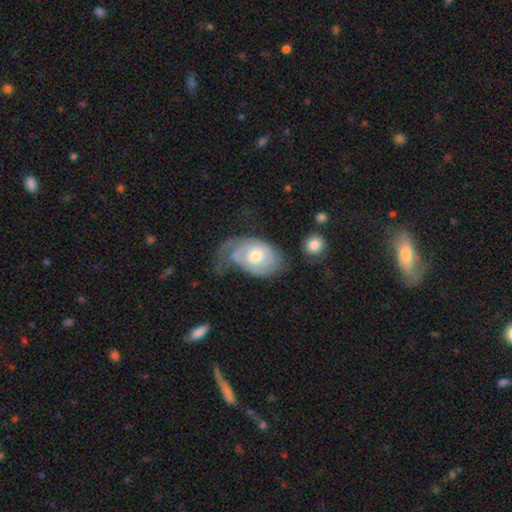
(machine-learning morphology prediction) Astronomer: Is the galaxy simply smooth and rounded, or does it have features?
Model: featured or disk — 64%.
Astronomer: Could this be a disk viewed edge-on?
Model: no — 95%.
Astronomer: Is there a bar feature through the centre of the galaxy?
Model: no — 70%.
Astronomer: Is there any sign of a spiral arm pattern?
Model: yes — 80%.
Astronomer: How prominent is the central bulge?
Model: moderate — 68%.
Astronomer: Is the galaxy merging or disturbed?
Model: major disturbance — 36% (runner-up: none, 32%).